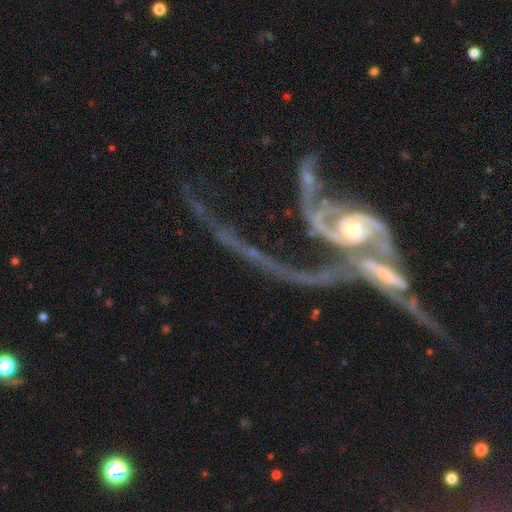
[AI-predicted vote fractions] A featured or disk galaxy (86%) with no bar (56%), 2 (52%) loose (49%) spiral arms (91%) and a moderate central bulge (49%). Merging: merger (64%).